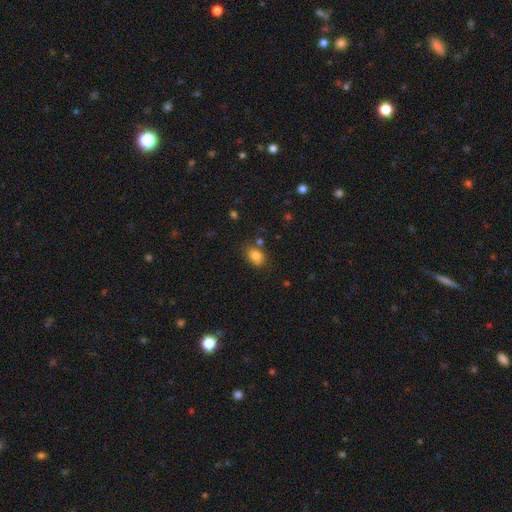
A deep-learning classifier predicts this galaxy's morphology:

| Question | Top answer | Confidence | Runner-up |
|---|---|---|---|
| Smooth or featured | smooth | 83% | star or artifact (10%) |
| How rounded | in between | 73% | round (26%) |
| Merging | none | 68% | minor disturbance (18%) |